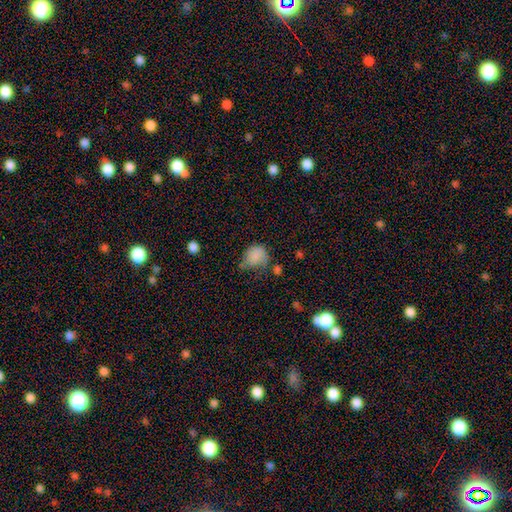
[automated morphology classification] Smooth or featured? Predicted: smooth (p=0.78). How rounded? Predicted: round (p=0.51). Merging? Predicted: none (p=0.38).